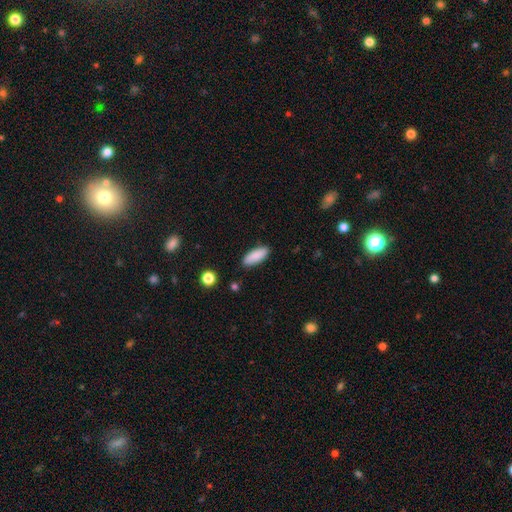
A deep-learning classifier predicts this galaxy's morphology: smooth 88%, star or artifact 6%, featured or disk 5%. Down the decision tree: how rounded — in between (72%); merging — none (87%).